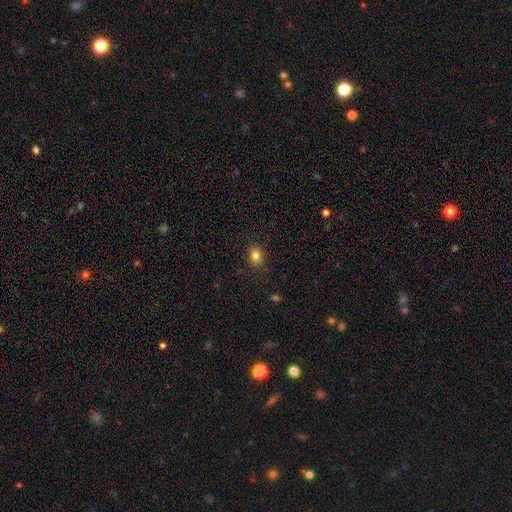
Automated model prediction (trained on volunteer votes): smooth-or-featured: smooth: 82% | star or artifact: 12% | featured or disk: 6%
  how-rounded: round: 71% | in between: 28% | cigar-shaped: 1%
  merging: none: 87% | minor disturbance: 9% | major disturbance: 3% | merger: 1%